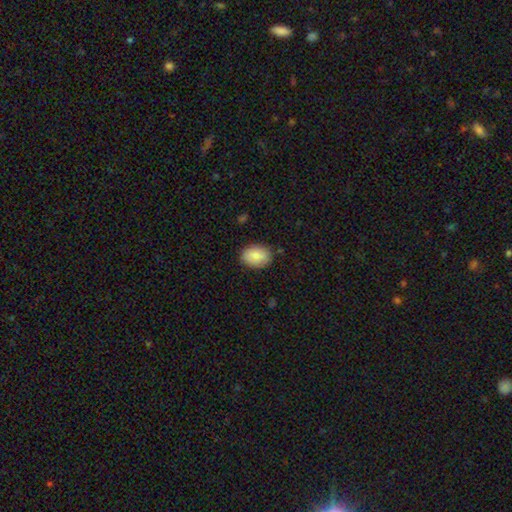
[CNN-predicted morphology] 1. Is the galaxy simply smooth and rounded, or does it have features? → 85% smooth, 8% featured or disk, 7% star or artifact.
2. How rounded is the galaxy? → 78% in between, 21% round, 1% cigar-shaped.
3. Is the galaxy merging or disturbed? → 85% none, 12% minor disturbance, 3% major disturbance, 1% merger.